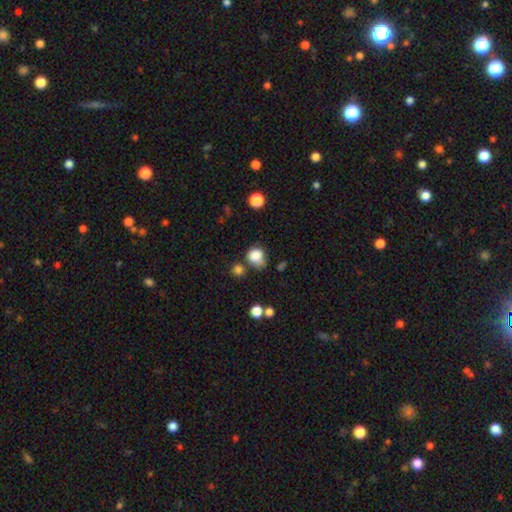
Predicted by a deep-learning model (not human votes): A smooth galaxy with no disk features (84%) that is round (72%).

Vote fractions:
- Smooth or featured? smooth: 84% / star or artifact: 10% / featured or disk: 6%
- How rounded? round: 72% / in between: 27% / cigar-shaped: 1%
- Merging? none: 49% / minor disturbance: 28% / merger: 12% / major disturbance: 11%